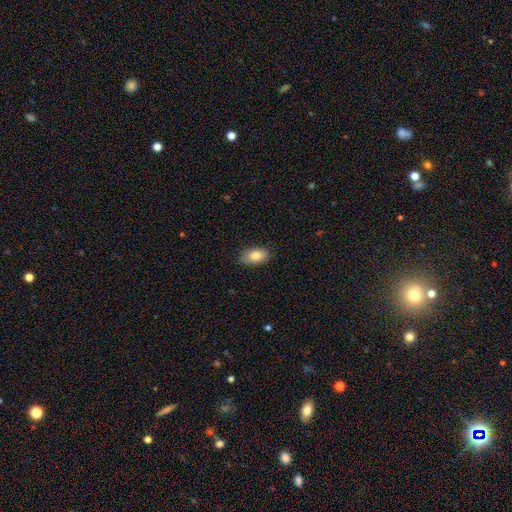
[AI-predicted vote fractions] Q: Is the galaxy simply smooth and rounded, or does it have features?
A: smooth — 82%.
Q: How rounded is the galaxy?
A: in between — 92%.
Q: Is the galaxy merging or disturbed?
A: none — 84%.